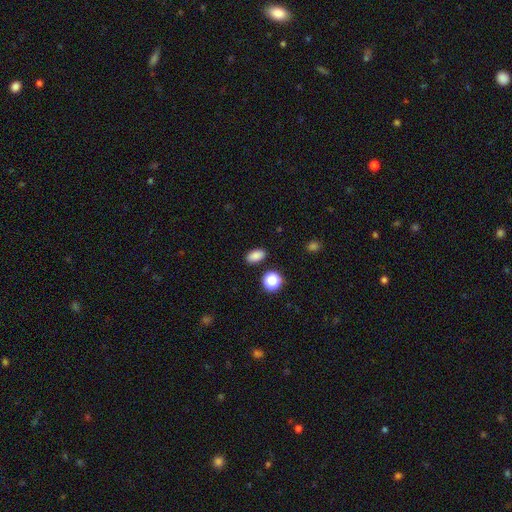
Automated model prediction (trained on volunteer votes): Smooth or featured? Predicted: smooth (p=0.84). How rounded? Predicted: in between (p=0.87). Merging? Predicted: none (p=0.87).